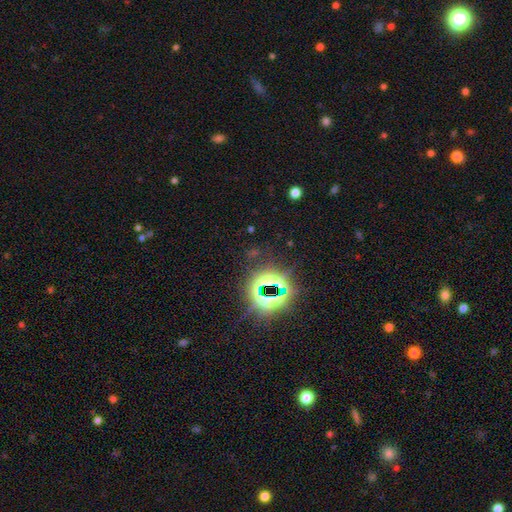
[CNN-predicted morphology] Smooth or featured? star or artifact (76%)